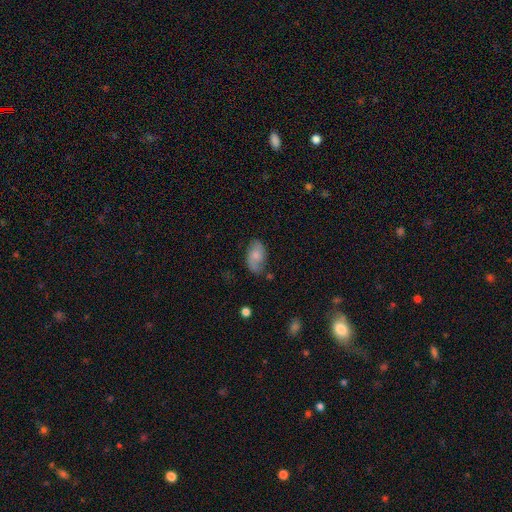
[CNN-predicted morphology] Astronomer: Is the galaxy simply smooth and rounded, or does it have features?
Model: smooth — 65%.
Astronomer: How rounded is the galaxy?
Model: in between — 93%.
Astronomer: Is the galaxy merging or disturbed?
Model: none — 67%.